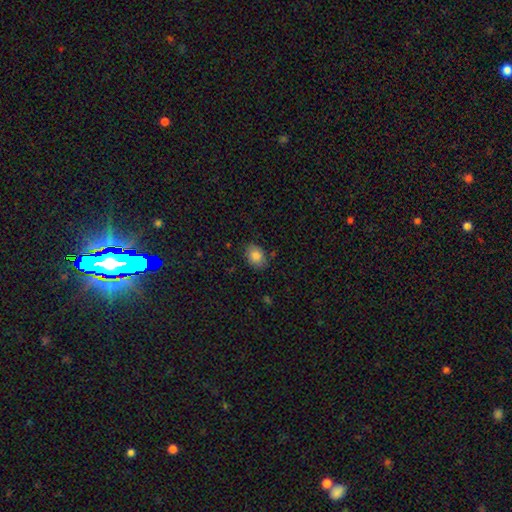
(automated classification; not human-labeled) Overall: smooth (84%). How rounded: in between (64%; round 35%). Merging: none (82%).